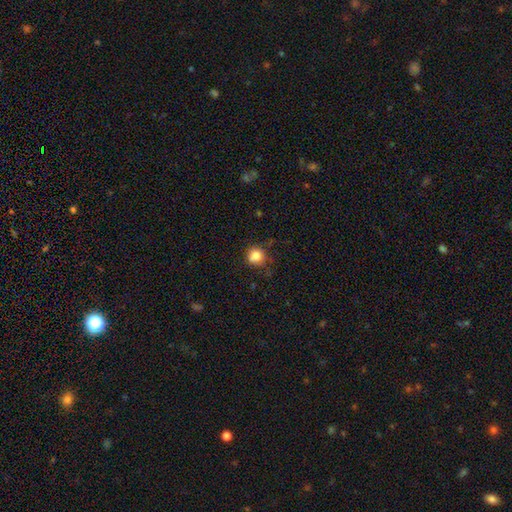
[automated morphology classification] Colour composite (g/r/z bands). It shows a smooth galaxy with no disk features (84%) that is round (90%). Merging: none (71%).